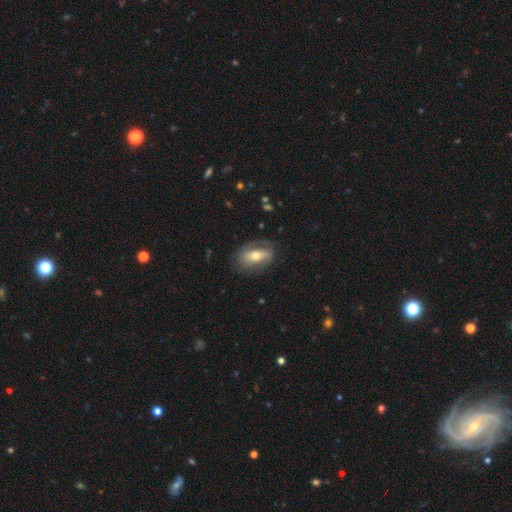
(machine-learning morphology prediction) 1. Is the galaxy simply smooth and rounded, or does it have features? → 51% featured or disk, 42% smooth, 7% star or artifact.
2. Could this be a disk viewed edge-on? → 88% no, 12% yes.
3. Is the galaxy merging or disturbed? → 69% none, 20% minor disturbance, 10% major disturbance, 1% merger.